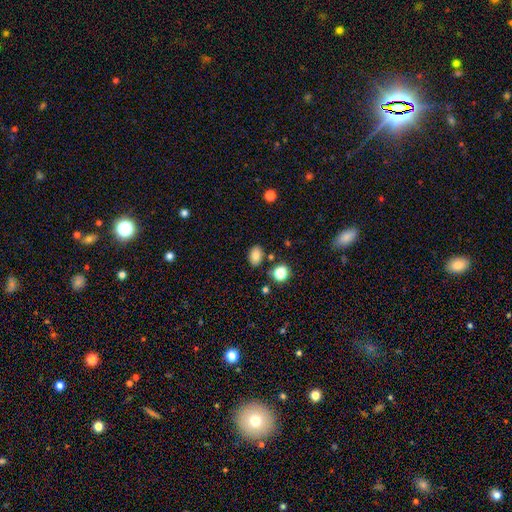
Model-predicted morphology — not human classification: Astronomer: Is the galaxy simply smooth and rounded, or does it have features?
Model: smooth — 83%.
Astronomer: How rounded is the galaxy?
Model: in between — 82%.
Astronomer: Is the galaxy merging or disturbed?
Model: none — 81%.